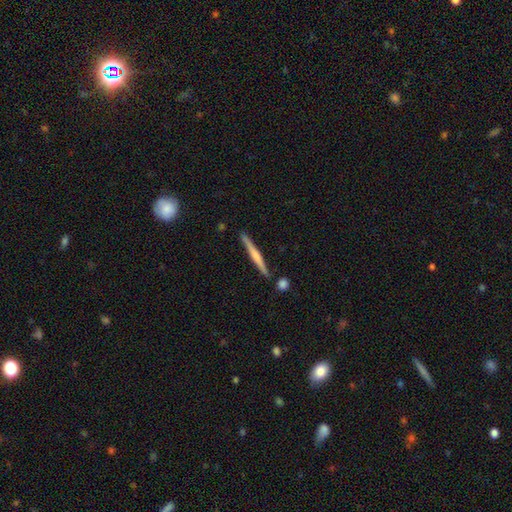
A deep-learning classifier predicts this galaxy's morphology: type=featured or disk (53%); edge-on=yes (98%); edge-on bulge=none (43%); merging=none (86%).